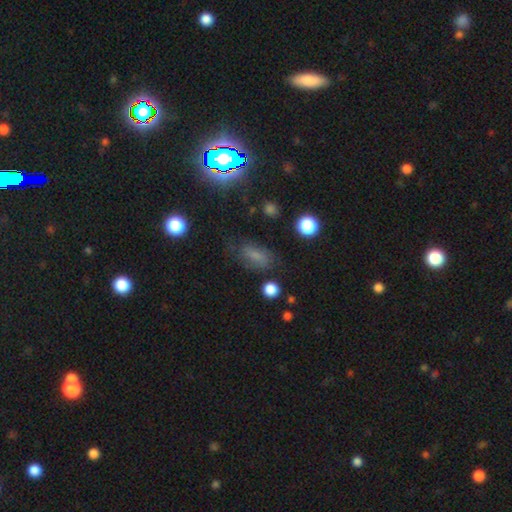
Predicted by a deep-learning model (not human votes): smooth 65%, star or artifact 20%, featured or disk 15%. Down the decision tree: how rounded — in between (82%); merging — none (63%).